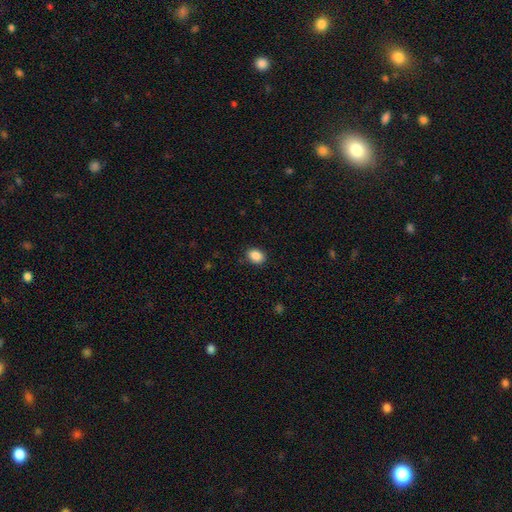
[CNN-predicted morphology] Overall: smooth (88%). How rounded: in between (71%). Merging: none (88%).